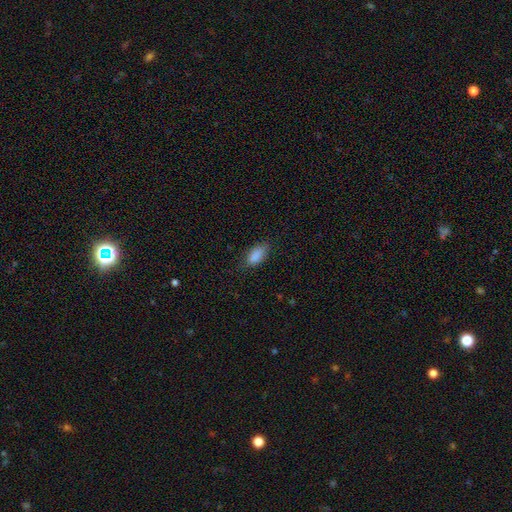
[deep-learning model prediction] This appears to be a smooth galaxy with no disk features (87%) that is in between round and cigar-shaped (89%). Merging: none (73%).